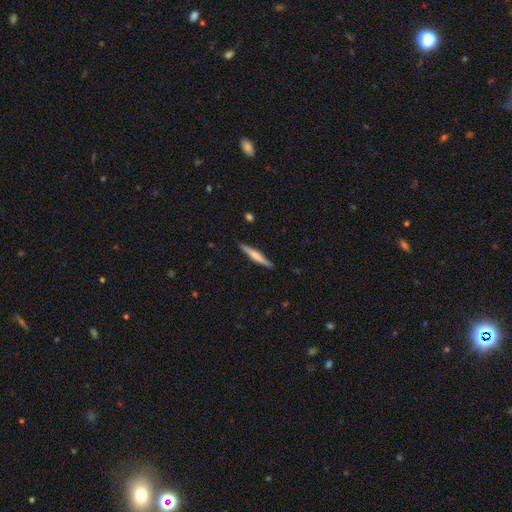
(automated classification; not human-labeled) Smooth or featured? Predicted: smooth (p=0.47, tied with featured or disk). Merging? Predicted: none (p=0.89).